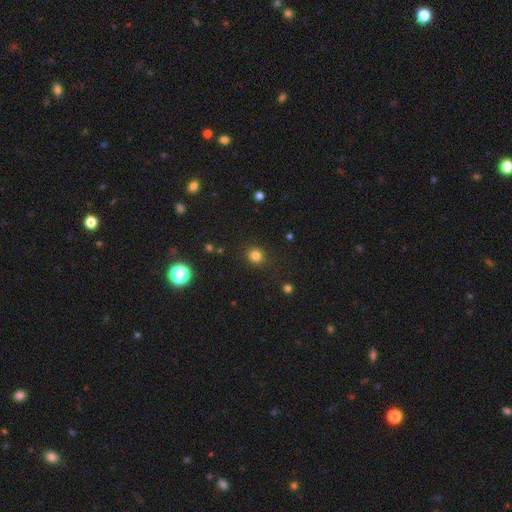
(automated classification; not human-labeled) smooth_or_featured: smooth (p=0.81) [alt: star or artifact p=0.14]
how_rounded: round (p=0.83) [alt: in between p=0.16]
merging: none (p=0.89) [alt: minor disturbance p=0.07]